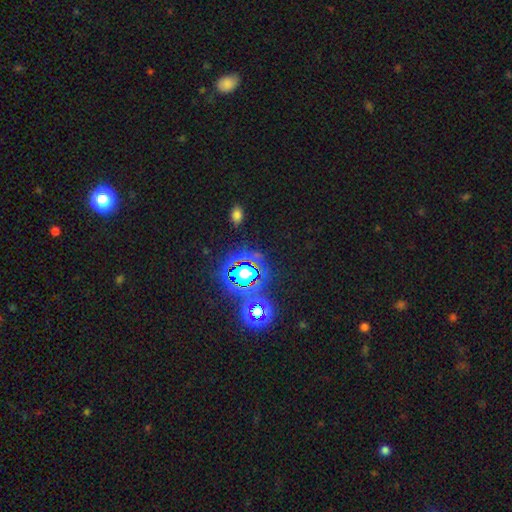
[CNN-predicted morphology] star or artifact 80%, smooth 14%, featured or disk 7%.